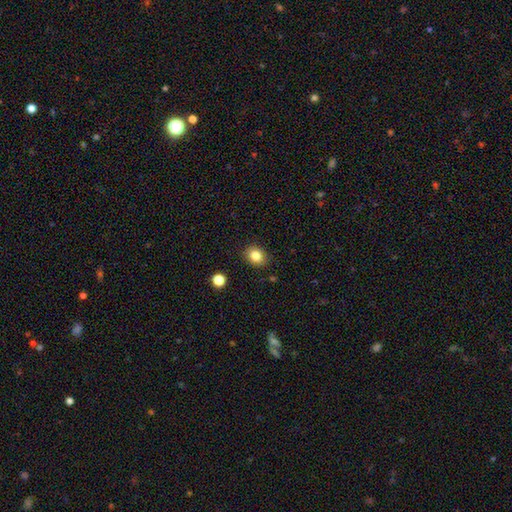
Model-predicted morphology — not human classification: Smooth or featured? smooth (84%)
How rounded? round (51%)
Merging? none (88%)